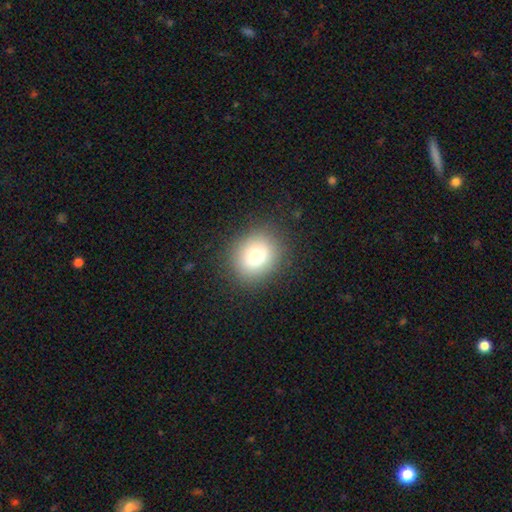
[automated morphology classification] The model was most divided on "how rounded": round: 74%, in between: 25%, cigar-shaped: 1%. More confident: merging — none (87%); smooth or featured — smooth (74%).